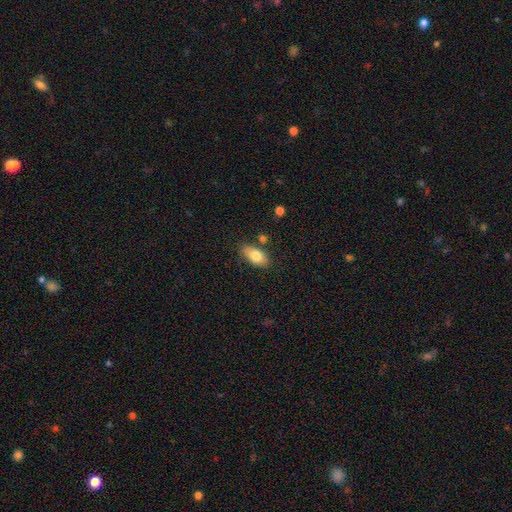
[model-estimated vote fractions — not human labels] Smooth or featured? Predicted: smooth (p=0.79). How rounded? Predicted: in between (p=0.90). Merging? Predicted: none (p=0.78).